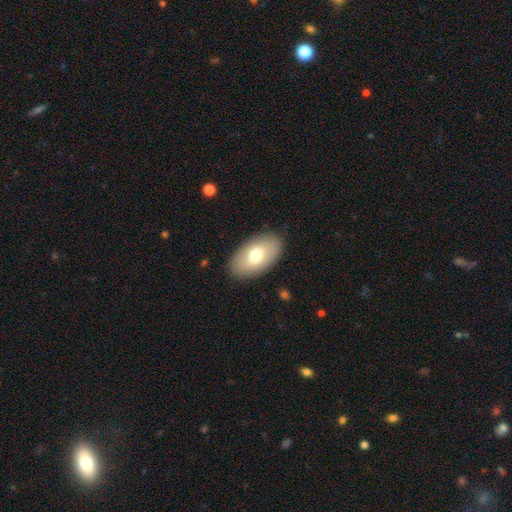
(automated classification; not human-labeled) A smooth galaxy with no disk features (71%) that is in between round and cigar-shaped (95%). Merging: none (88%).